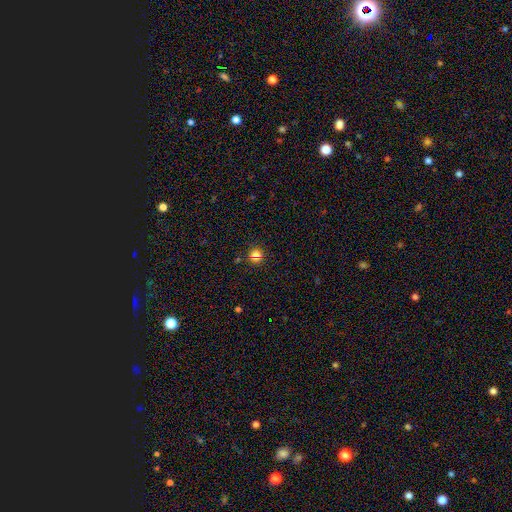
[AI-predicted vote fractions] This is likely a smooth galaxy (66%). How rounded: clearly round (91%). Merging: clearly none (80%).